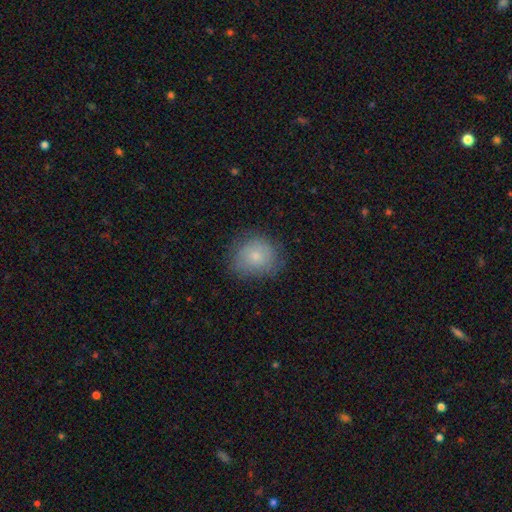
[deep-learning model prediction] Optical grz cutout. It shows a smooth galaxy with no disk features (74%) that is round (75%). Merging: none (75%).